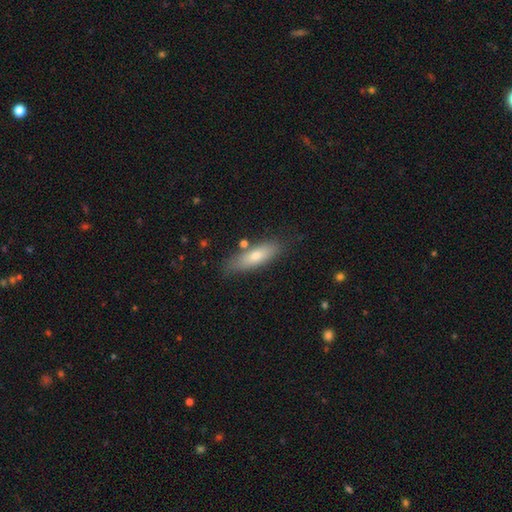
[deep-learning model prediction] Q: Smooth or featured?
A: smooth (69%); runner-up: featured or disk (24%)
Q: How rounded?
A: cigar-shaped (54%); runner-up: in between (44%)
Q: Merging?
A: none (80%); runner-up: minor disturbance (13%)